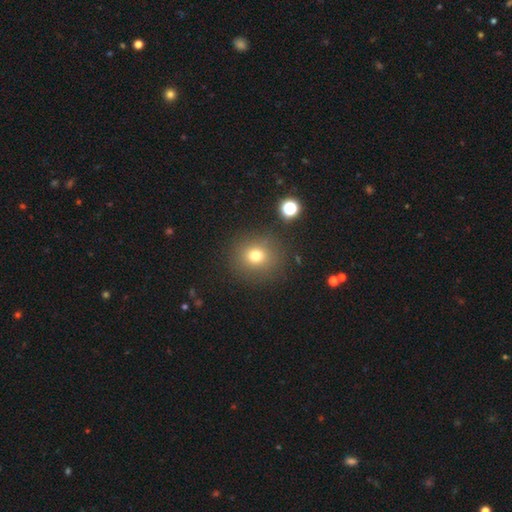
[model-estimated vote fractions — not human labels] Smooth or featured? Predicted: smooth (p=0.75). How rounded? Predicted: round (p=0.87). Merging? Predicted: none (p=0.86).